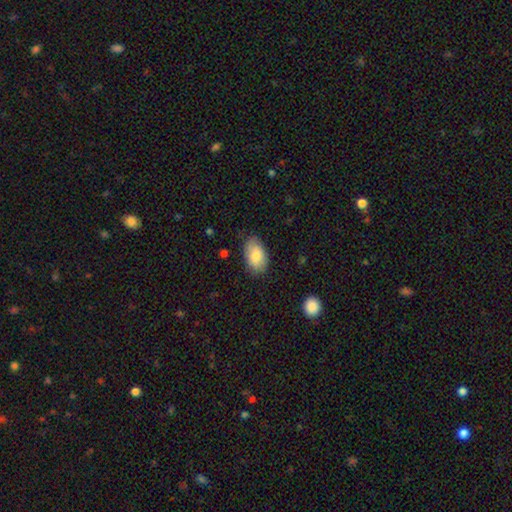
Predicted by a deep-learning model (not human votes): Smooth or featured? Predicted: smooth (p=0.82). How rounded? Predicted: in between (p=0.93). Merging? Predicted: none (p=0.79).